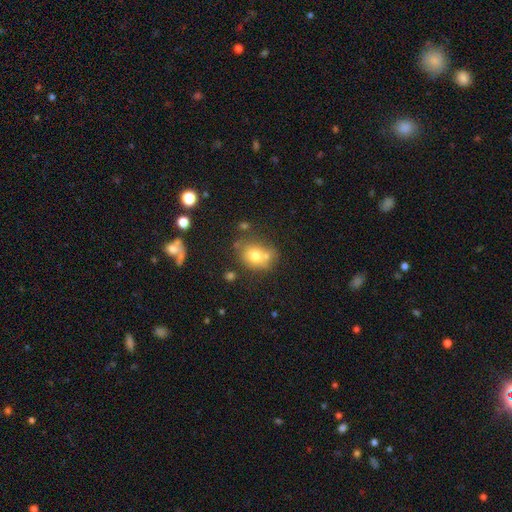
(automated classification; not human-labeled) smooth-or-featured: smooth: 72% | featured or disk: 17% | star or artifact: 11%
  how-rounded: round: 61% | in between: 38% | cigar-shaped: 1%
  merging: none: 50% | merger: 28% | minor disturbance: 16% | major disturbance: 6%